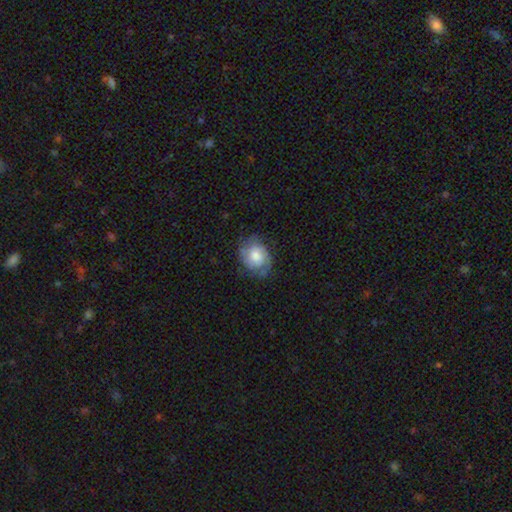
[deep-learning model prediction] This is possibly a featured or disk galaxy (56%). It is clearly not viewed edge-on (97%). Bar: likely no (71%). Spiral arm pattern: clearly yes (87%). Central bulge: marginally moderate (44%). Merging: likely none (70%).